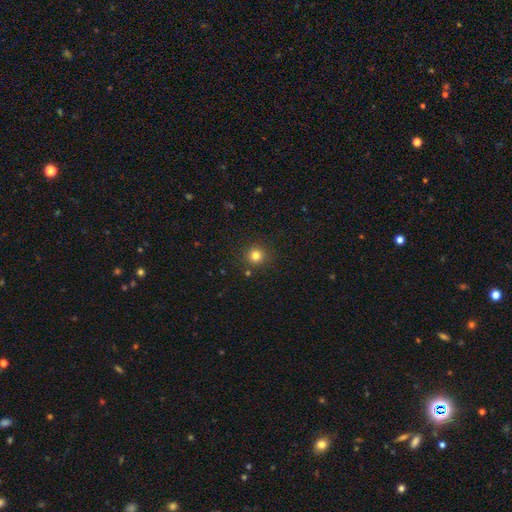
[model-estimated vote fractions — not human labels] Smooth or featured? smooth (80%)
How rounded? round (94%)
Merging? none (89%)